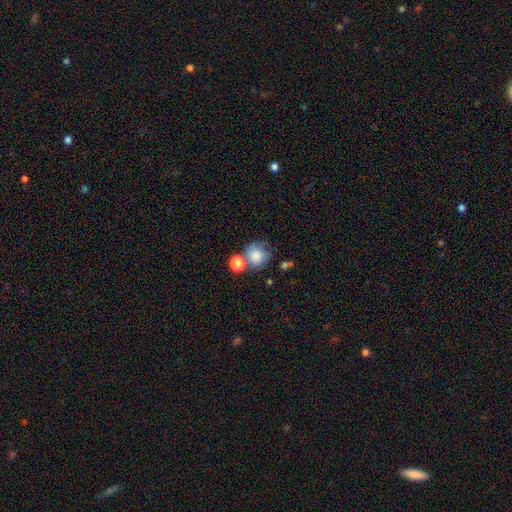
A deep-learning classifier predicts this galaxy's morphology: A smooth galaxy with no disk features (79%) that is round (83%).

Vote fractions:
- Smooth or featured? smooth: 79% / featured or disk: 11% / star or artifact: 10%
- How rounded? round: 83% / in between: 16% / cigar-shaped: 1%
- Merging? none: 48% / merger: 27% / minor disturbance: 16% / major disturbance: 9%